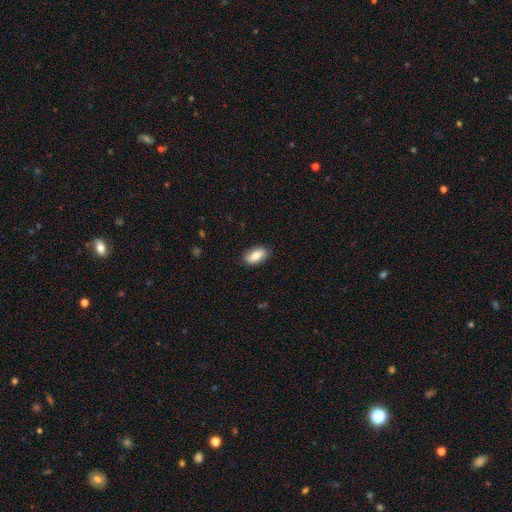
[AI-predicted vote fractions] A smooth galaxy with no disk features (78%) that is in between round and cigar-shaped (88%). Merging: none (86%).